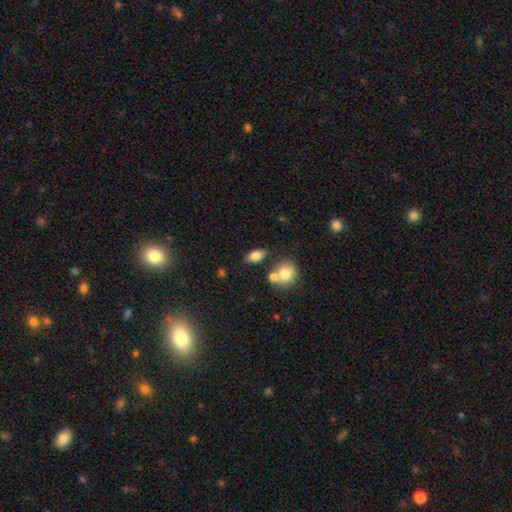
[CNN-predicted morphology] smooth-or-featured: smooth: 81% | featured or disk: 10% | star or artifact: 9%
  how-rounded: in between: 87% | round: 10% | cigar-shaped: 3%
  merging: none: 68% | merger: 15% | minor disturbance: 13% | major disturbance: 4%